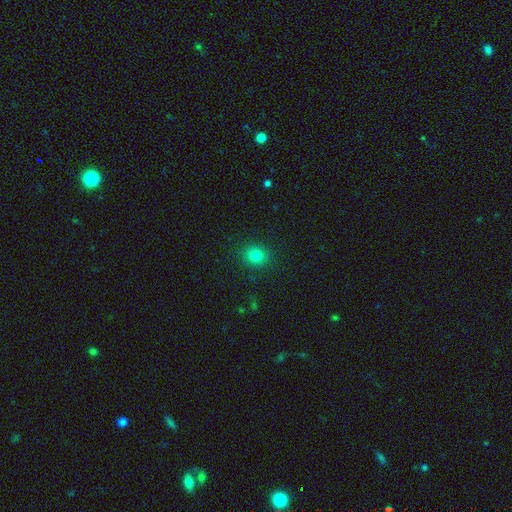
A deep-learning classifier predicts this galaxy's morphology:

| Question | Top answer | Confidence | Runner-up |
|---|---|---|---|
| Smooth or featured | smooth | 80% | star or artifact (13%) |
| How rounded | round | 78% | in between (21%) |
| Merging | none | 89% | minor disturbance (7%) |